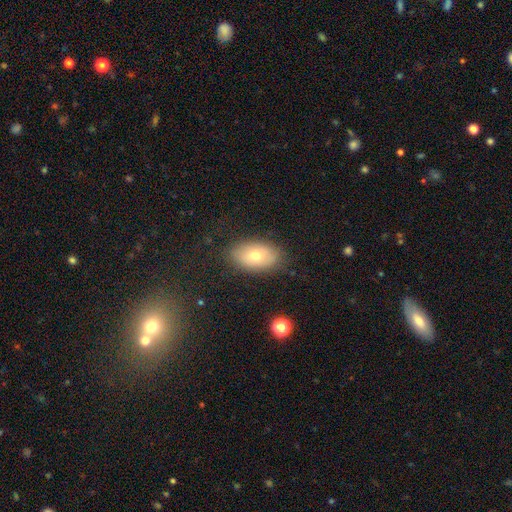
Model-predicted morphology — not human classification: Smooth or featured? Predicted: smooth (p=0.68). How rounded? Predicted: in between (p=0.90). Merging? Predicted: none (p=0.82).